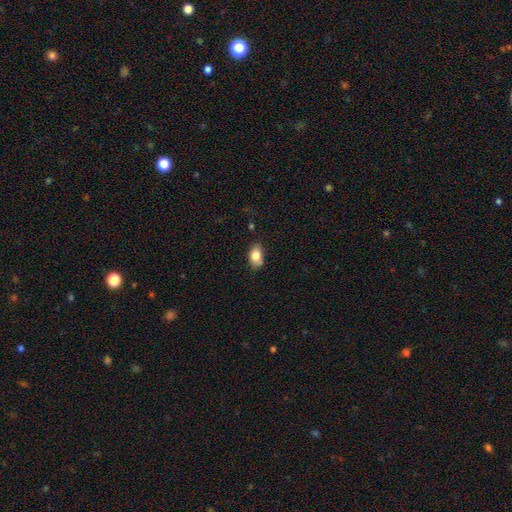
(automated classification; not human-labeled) Smooth or featured? smooth (82%)
How rounded? in between (85%)
Merging? none (73%)